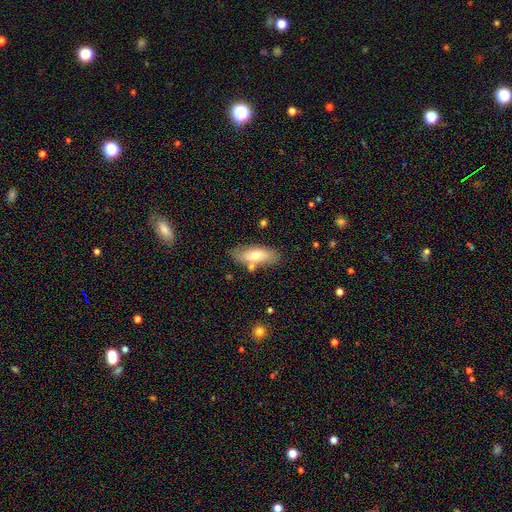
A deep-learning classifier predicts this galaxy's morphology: smooth-or-featured: smooth: 68% | featured or disk: 25% | star or artifact: 7%
  how-rounded: in between: 74% | cigar-shaped: 23% | round: 3%
  merging: none: 75% | minor disturbance: 14% | merger: 8% | major disturbance: 3%